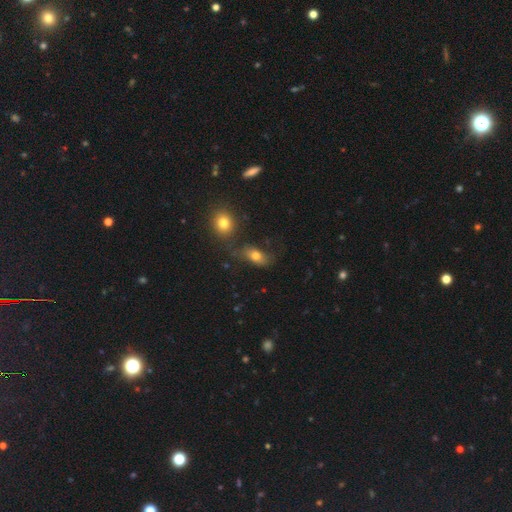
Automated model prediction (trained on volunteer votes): smooth 73%, featured or disk 15%, star or artifact 12%. Down the decision tree: how rounded — in between (81%); merging — none (58%).